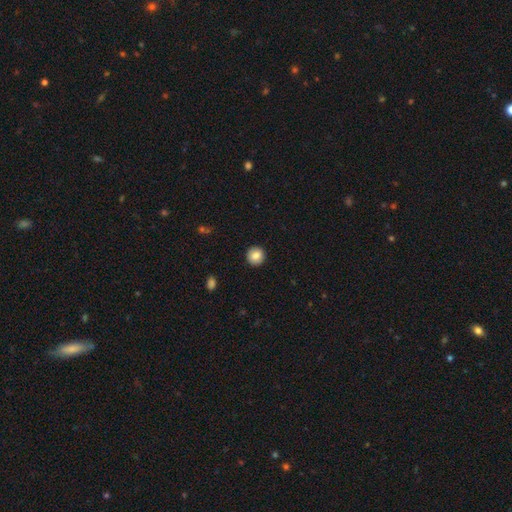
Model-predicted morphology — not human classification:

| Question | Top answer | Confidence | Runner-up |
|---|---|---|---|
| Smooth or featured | smooth | 85% | star or artifact (8%) |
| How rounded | round | 94% | in between (5%) |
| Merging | none | 93% | minor disturbance (5%) |